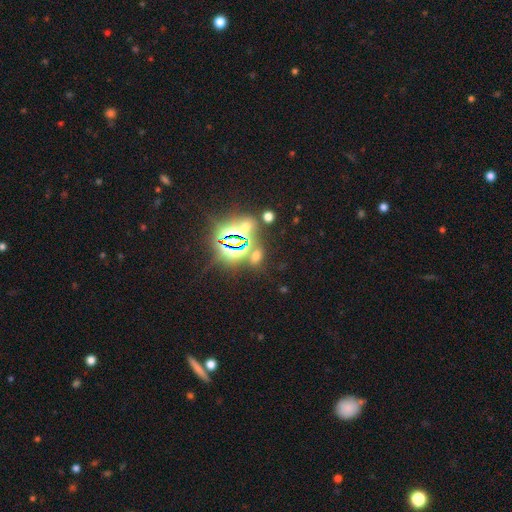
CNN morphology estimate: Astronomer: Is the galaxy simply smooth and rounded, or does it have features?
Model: star or artifact — 57% (runner-up: smooth, 35%).